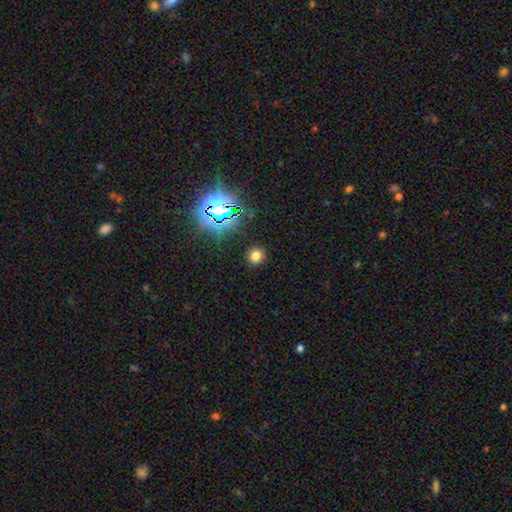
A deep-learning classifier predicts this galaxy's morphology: Smooth or featured: smooth — 71% (star or artifact — 22%)
How rounded: round — 85% (in between — 14%)
Merging: none — 90% (minor disturbance — 6%)